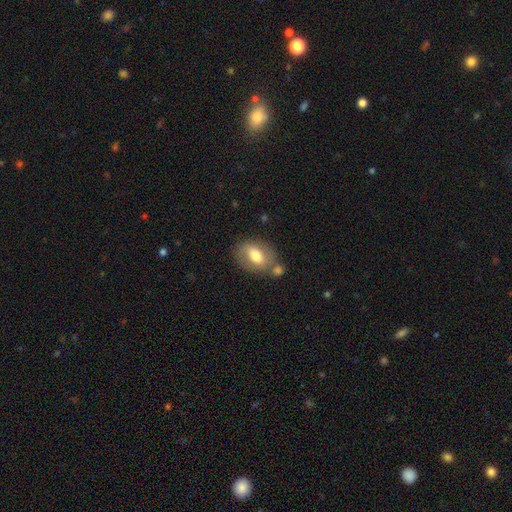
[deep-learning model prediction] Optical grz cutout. It shows a smooth galaxy with no disk features (62%) that is in between round and cigar-shaped (80%). Merging: none (59%).